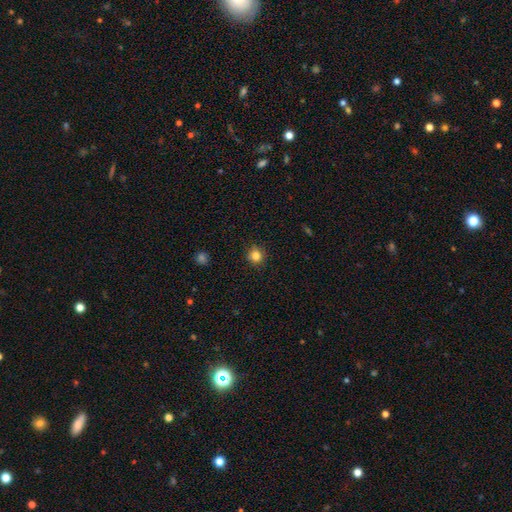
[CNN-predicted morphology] type=smooth (82%); roundness=round (89%); merging=none (88%).